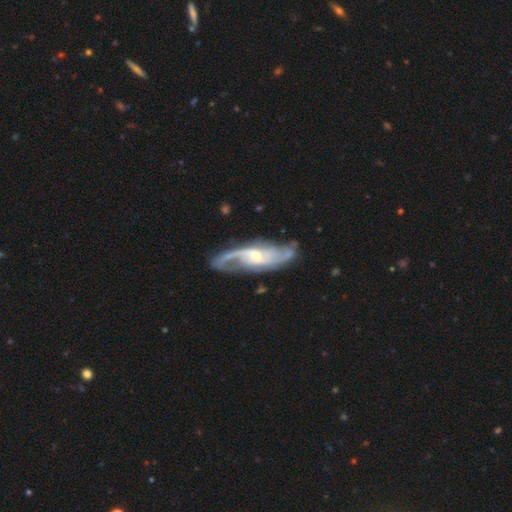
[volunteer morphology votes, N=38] Smooth or featured: featured or disk — 87% (smooth — 8%)
Edge-on disk: no — 85% (yes — 15%)
Bar: weak — 61% (no — 25%)
Spiral arms: yes — 93% (no — 7%)
Spiral winding: medium — 62% (tight — 19%)
Spiral arm count: 2 — 96% (3 — 4%)
Bulge size: small — 61% (moderate — 32%)
Merging: none — 83% (minor disturbance — 17%)